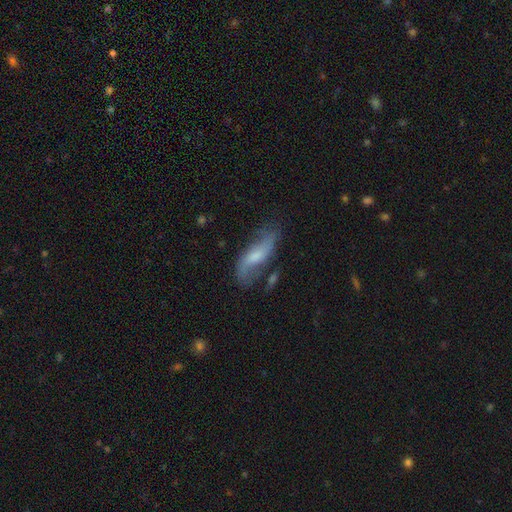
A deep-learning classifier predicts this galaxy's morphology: featured or disk 66%, smooth 26%, star or artifact 8%. Down the decision tree: edge-on disk — no (84%); bar — no (44%); spiral arms — yes (89%); bulge size — moderate (42%); merging — none (60%).